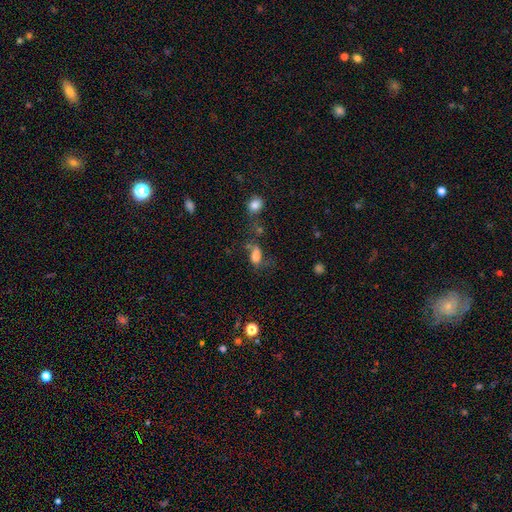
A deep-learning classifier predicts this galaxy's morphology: Overall: smooth (71%). How rounded: in between (83%). Merging: none (38%; major disturbance 25%).